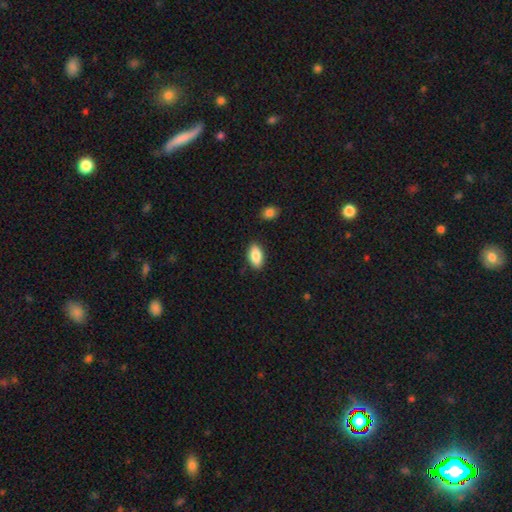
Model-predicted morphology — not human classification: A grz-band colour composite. It shows a smooth galaxy with no disk features (86%) that is in between round and cigar-shaped (92%). Merging: none (87%).